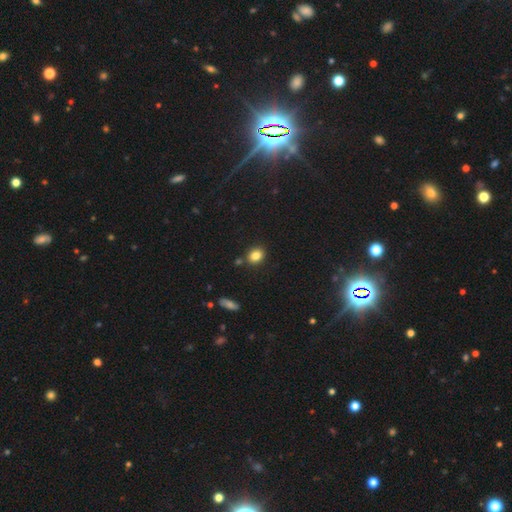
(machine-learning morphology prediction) Q: Smooth or featured?
A: smooth (83%); runner-up: star or artifact (10%)
Q: How rounded?
A: in between (52%); runner-up: round (47%)
Q: Merging?
A: none (81%); runner-up: minor disturbance (10%)